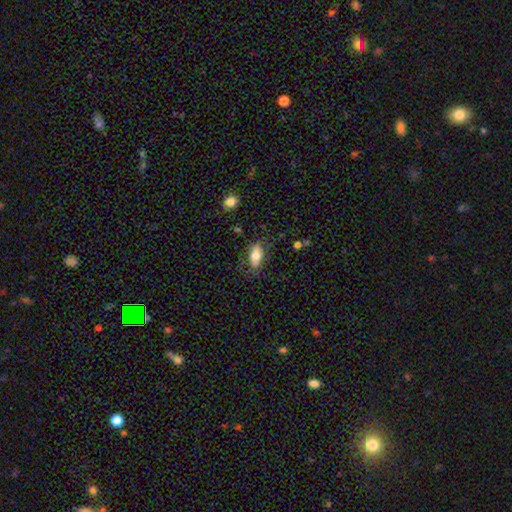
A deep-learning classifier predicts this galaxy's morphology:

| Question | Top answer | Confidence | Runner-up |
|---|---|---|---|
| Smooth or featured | smooth | 75% | featured or disk (19%) |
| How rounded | in between | 88% | cigar-shaped (8%) |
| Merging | none | 76% | minor disturbance (17%) |